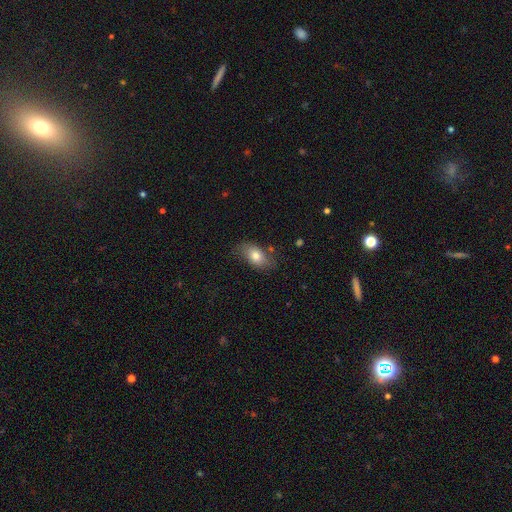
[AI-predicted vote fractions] Overall: smooth (76%). How rounded: in between (89%). Merging: none (70%).